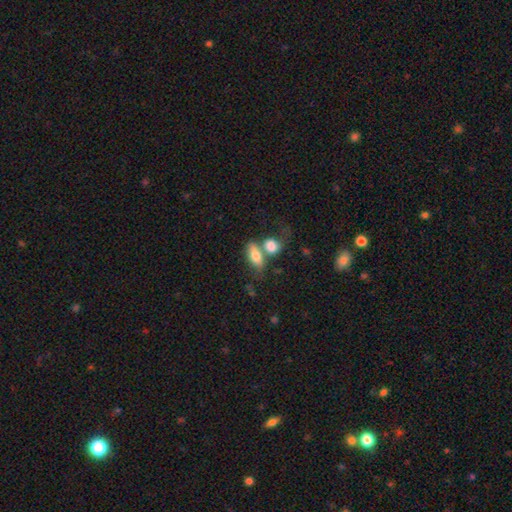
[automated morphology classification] Smooth or featured? Predicted: smooth (p=0.76). How rounded? Predicted: in between (p=0.83). Merging? Predicted: merger (p=0.50).